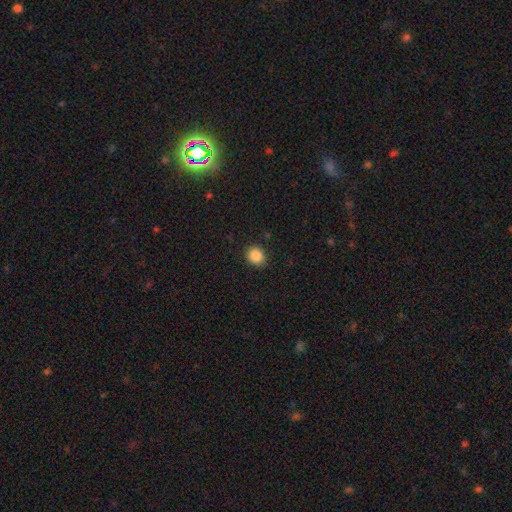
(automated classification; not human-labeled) This is clearly a smooth galaxy (87%). How rounded: likely round (80%). Merging: clearly none (90%).